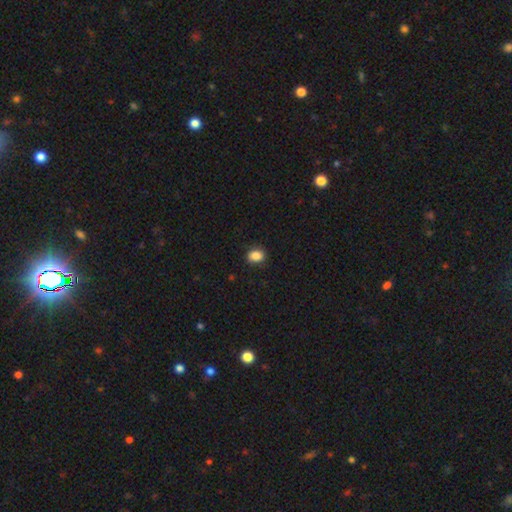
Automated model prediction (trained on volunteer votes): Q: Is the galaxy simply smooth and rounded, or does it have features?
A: smooth — 87%.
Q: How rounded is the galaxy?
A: in between — 56%.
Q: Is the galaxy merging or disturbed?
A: none — 87%.